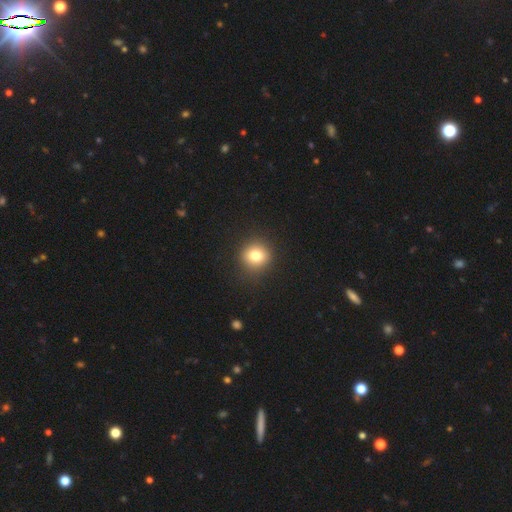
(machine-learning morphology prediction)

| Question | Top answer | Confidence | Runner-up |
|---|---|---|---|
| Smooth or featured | smooth | 79% | star or artifact (12%) |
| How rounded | round | 89% | in between (10%) |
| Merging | none | 89% | minor disturbance (7%) |